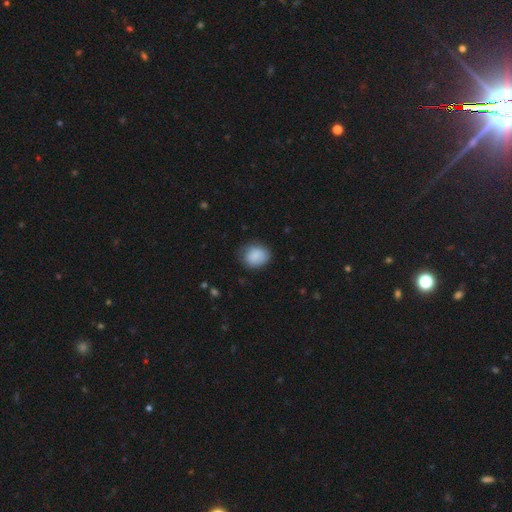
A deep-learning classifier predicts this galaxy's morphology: smooth 88%, star or artifact 7%, featured or disk 5%. Down the decision tree: how rounded — round (61%); merging — none (73%).